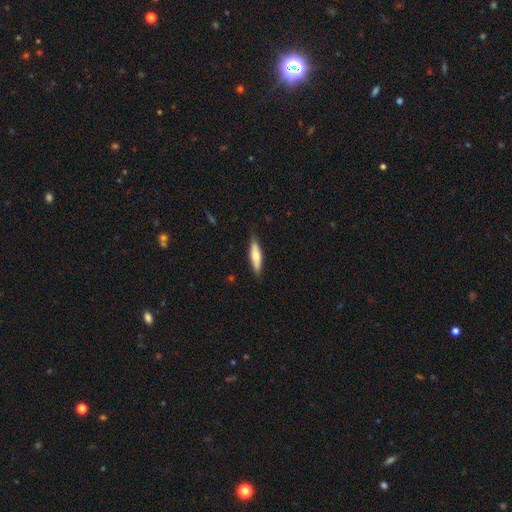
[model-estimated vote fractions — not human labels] The model was most divided on "smooth or featured": smooth: 69%, featured or disk: 26%, star or artifact: 5%. More confident: merging — none (83%); how rounded — cigar-shaped (71%).